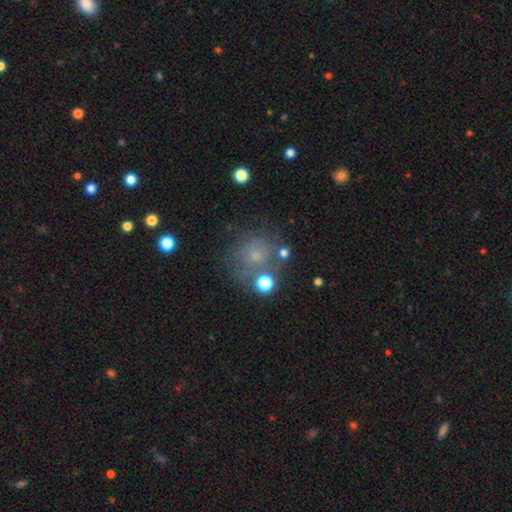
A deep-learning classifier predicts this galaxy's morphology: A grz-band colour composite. It shows a smooth galaxy with no disk features (58%) that is round (86%). Merging: none (64%).